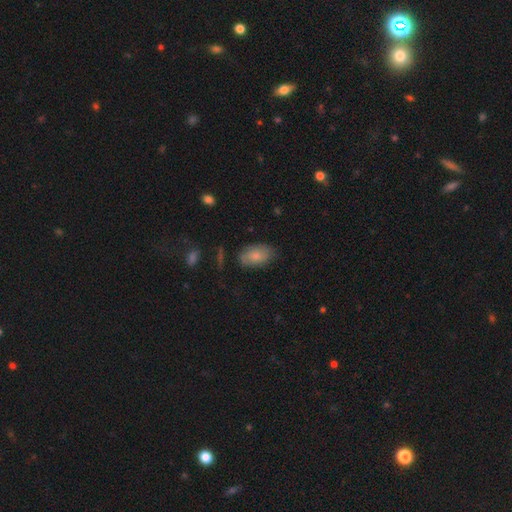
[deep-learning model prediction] smooth 81%, featured or disk 13%, star or artifact 6%. Down the decision tree: how rounded — in between (93%); merging — none (76%).